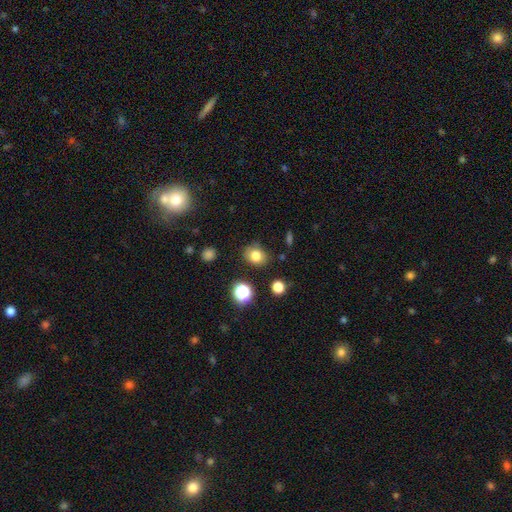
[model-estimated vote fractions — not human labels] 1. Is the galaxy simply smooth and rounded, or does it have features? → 79% smooth, 13% star or artifact, 8% featured or disk.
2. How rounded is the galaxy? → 56% round, 43% in between, 1% cigar-shaped.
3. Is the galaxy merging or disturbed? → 79% none, 14% minor disturbance, 4% major disturbance, 3% merger.